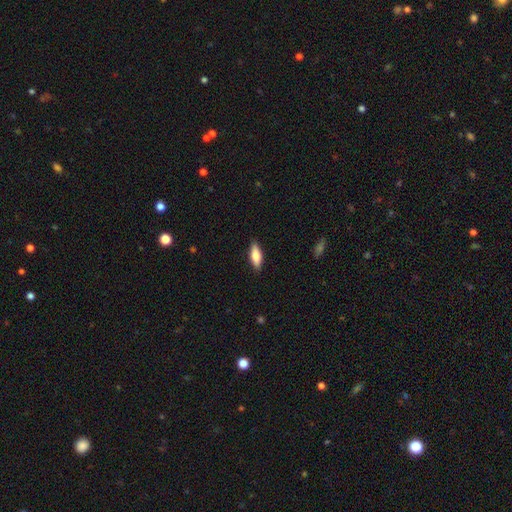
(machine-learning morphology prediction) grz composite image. It shows a smooth galaxy with no disk features (73%) that is in between round and cigar-shaped (63%). Merging: none (88%).